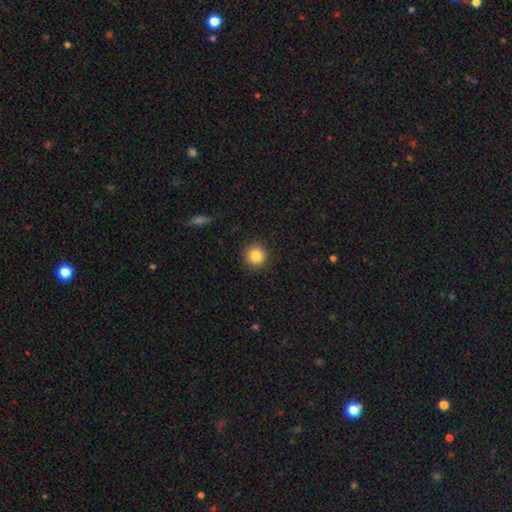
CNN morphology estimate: smooth-or-featured: smooth: 84% | star or artifact: 10% | featured or disk: 6%
  how-rounded: round: 94% | in between: 5% | cigar-shaped: 1%
  merging: none: 91% | minor disturbance: 6% | major disturbance: 2% | merger: 1%